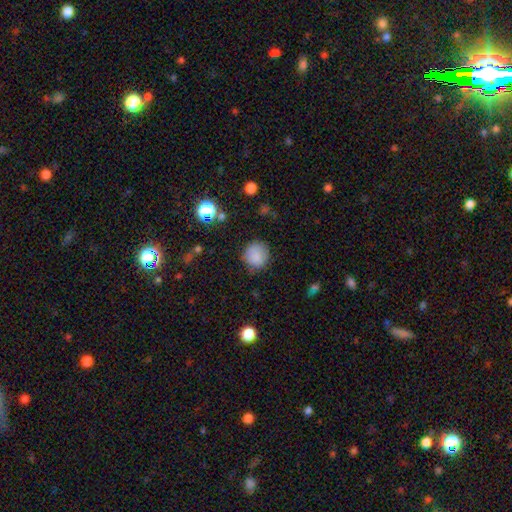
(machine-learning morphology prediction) The model was most divided on "merging": none: 80%, minor disturbance: 15%, major disturbance: 4%, merger: 1%. More confident: how rounded — round (90%); smooth or featured — smooth (83%).